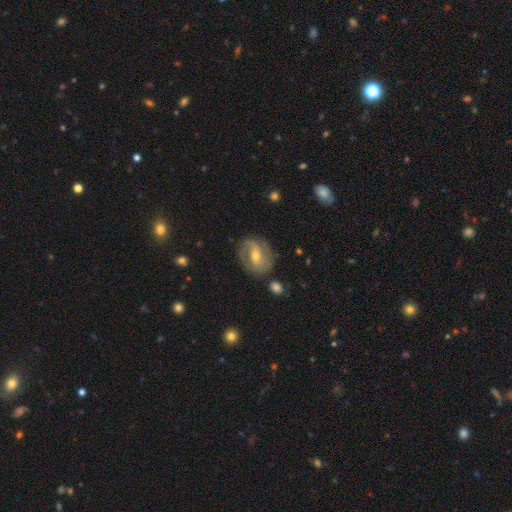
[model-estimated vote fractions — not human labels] A featured or disk galaxy (77%) with a weak bar (44%), 2 (78%) medium (45%) spiral arms (89%) and a moderate central bulge (54%). Merging: none (76%).